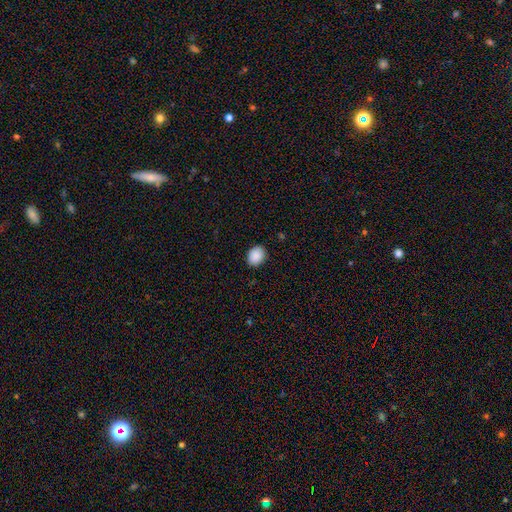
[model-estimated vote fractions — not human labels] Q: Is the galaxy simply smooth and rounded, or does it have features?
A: smooth — 90%.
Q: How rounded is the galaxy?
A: in between — 61%.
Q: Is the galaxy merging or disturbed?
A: none — 89%.